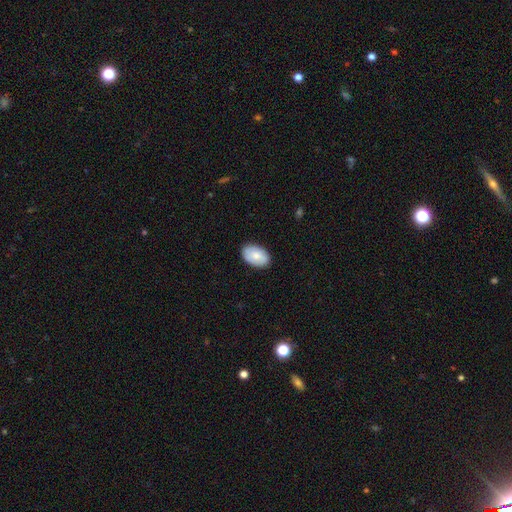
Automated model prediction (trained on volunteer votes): A smooth galaxy with no disk features (75%) that is in between round and cigar-shaped (91%). Merging: none (85%).